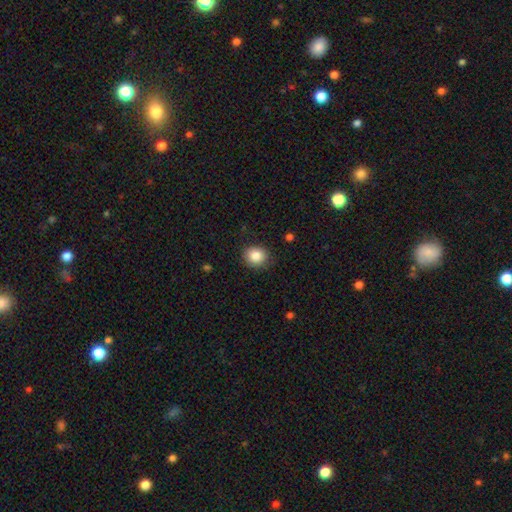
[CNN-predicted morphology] Overall: smooth (85%). How rounded: round (75%). Merging: none (86%).